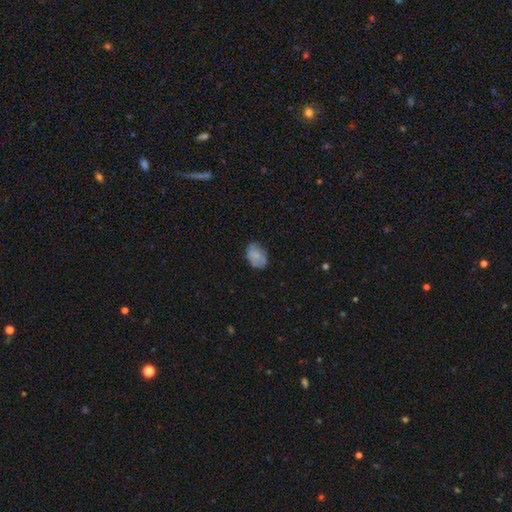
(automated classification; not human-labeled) A smooth galaxy with no disk features (74%) that is in between round and cigar-shaped (80%).

Vote fractions:
- Smooth or featured? smooth: 74% / featured or disk: 18% / star or artifact: 9%
- How rounded? in between: 80% / round: 19% / cigar-shaped: 1%
- Merging? none: 66% / minor disturbance: 25% / major disturbance: 7% / merger: 2%